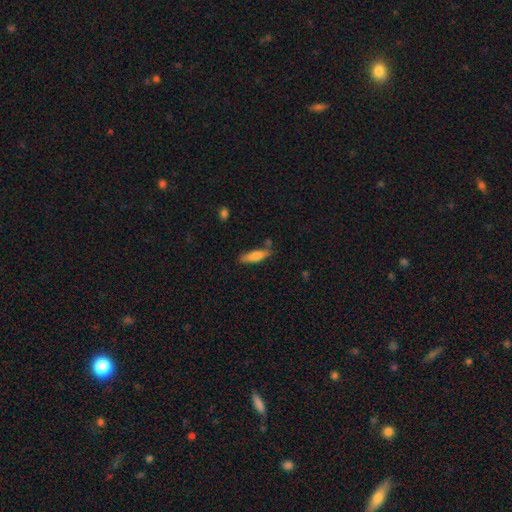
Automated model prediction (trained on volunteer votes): Q: Smooth or featured?
A: smooth (77%); runner-up: featured or disk (17%)
Q: How rounded?
A: cigar-shaped (63%); runner-up: in between (35%)
Q: Merging?
A: none (75%); runner-up: minor disturbance (16%)